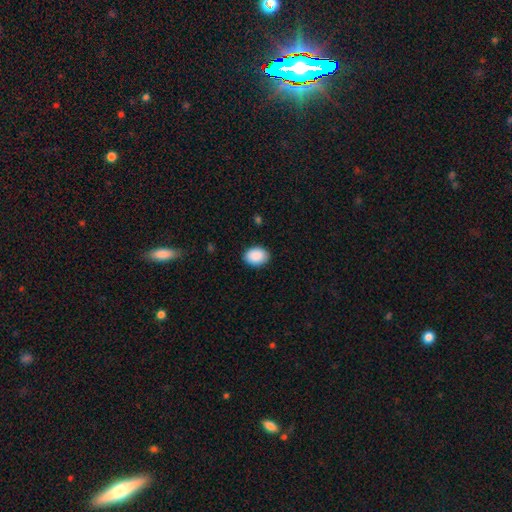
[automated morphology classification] Q: Smooth or featured?
A: smooth (90%); runner-up: star or artifact (7%)
Q: How rounded?
A: in between (75%); runner-up: round (24%)
Q: Merging?
A: none (88%); runner-up: minor disturbance (9%)